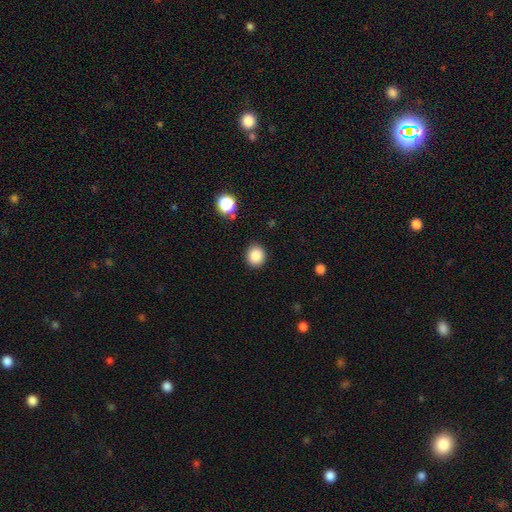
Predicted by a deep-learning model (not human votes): Smooth or featured? smooth (85%)
How rounded? round (78%)
Merging? none (90%)